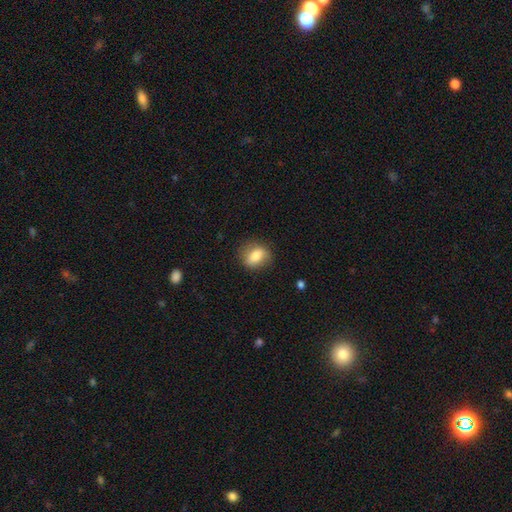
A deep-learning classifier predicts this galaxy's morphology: smooth-or-featured: smooth: 75% | featured or disk: 17% | star or artifact: 8%
  how-rounded: in between: 56% | round: 41% | cigar-shaped: 2%
  merging: none: 80% | minor disturbance: 14% | major disturbance: 4% | merger: 1%